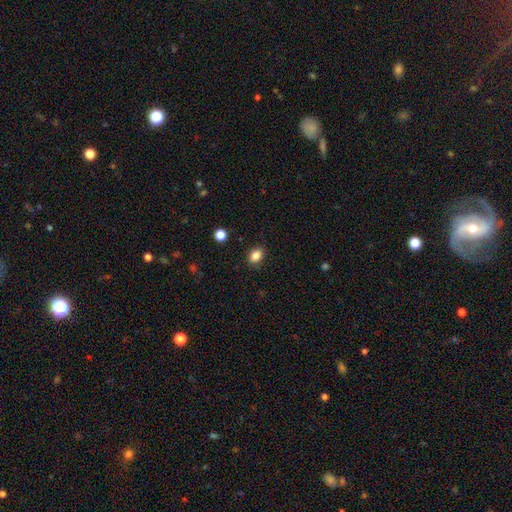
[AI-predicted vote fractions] Smooth or featured: smooth — 86% (star or artifact — 10%)
How rounded: in between — 71% (round — 28%)
Merging: none — 86% (minor disturbance — 10%)